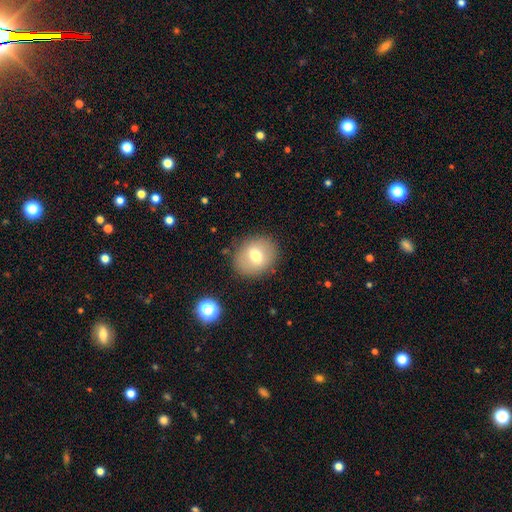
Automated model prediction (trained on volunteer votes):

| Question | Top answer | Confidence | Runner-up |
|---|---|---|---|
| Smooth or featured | smooth | 67% | featured or disk (24%) |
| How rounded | round | 61% | in between (38%) |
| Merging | none | 84% | minor disturbance (10%) |